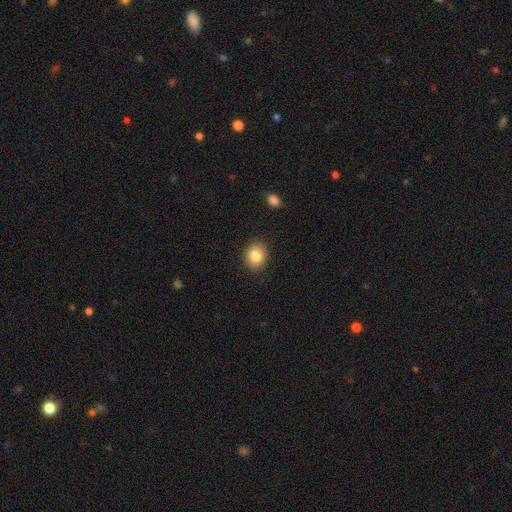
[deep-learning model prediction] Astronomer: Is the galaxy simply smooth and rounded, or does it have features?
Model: smooth — 84%.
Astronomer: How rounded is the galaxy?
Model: round — 73%.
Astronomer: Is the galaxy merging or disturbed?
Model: none — 89%.